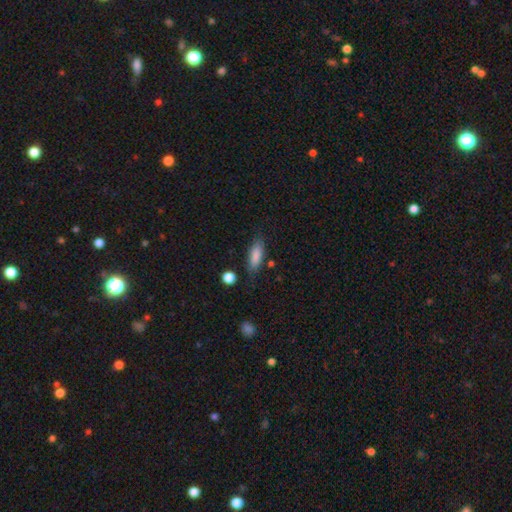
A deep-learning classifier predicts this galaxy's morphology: Smooth or featured? Predicted: smooth (p=0.84). How rounded? Predicted: in between (p=0.67). Merging? Predicted: none (p=0.76).